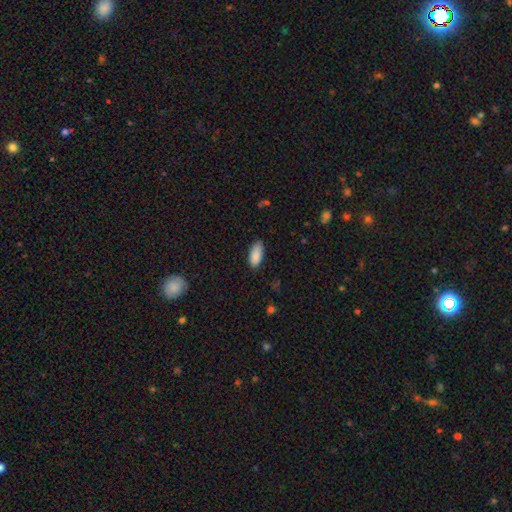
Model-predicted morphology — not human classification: A smooth galaxy with no disk features (88%) that is in between round and cigar-shaped (87%).

Vote fractions:
- Smooth or featured? smooth: 88% / star or artifact: 7% / featured or disk: 5%
- How rounded? in between: 87% / cigar-shaped: 12% / round: 2%
- Merging? none: 80% / minor disturbance: 16% / major disturbance: 3% / merger: 1%